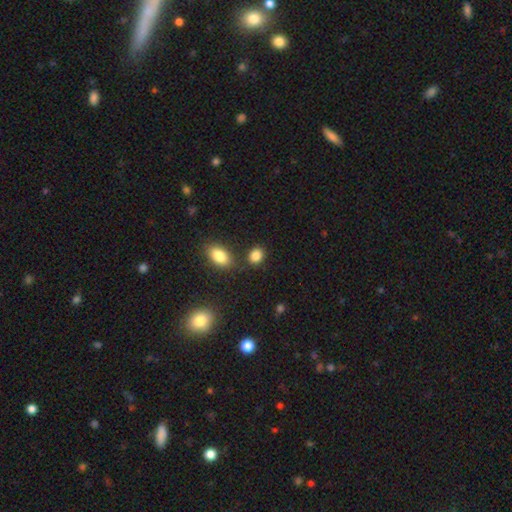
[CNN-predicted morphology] Smooth or featured: smooth — 86% (star or artifact — 10%)
How rounded: in between — 51% (round — 47%)
Merging: none — 76% (minor disturbance — 11%)